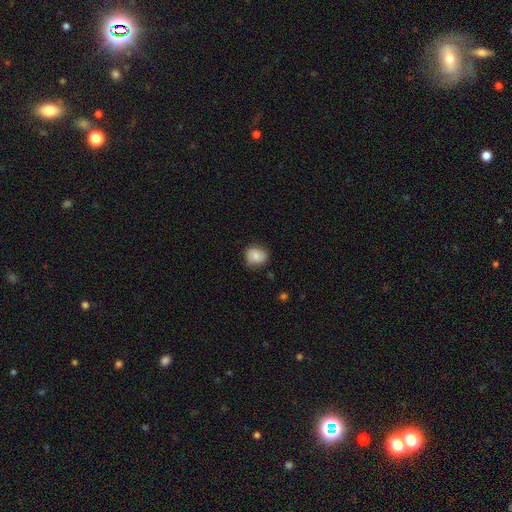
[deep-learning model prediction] Smooth or featured: smooth — 71% (featured or disk — 21%)
How rounded: round — 68% (in between — 31%)
Merging: none — 73% (minor disturbance — 21%)